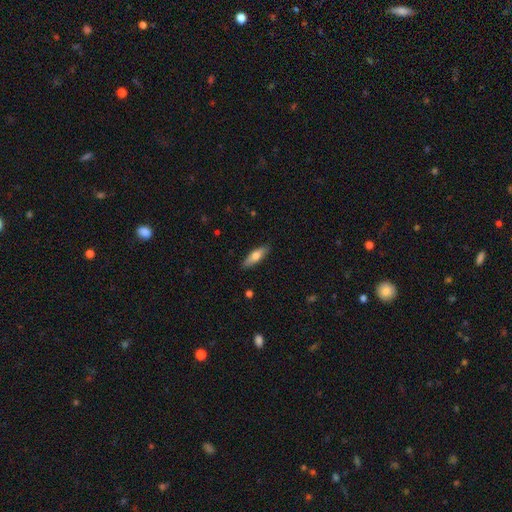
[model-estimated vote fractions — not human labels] The model was most divided on "how rounded": in between: 52%, cigar-shaped: 46%, round: 2%. More confident: merging — none (87%); smooth or featured — smooth (68%).